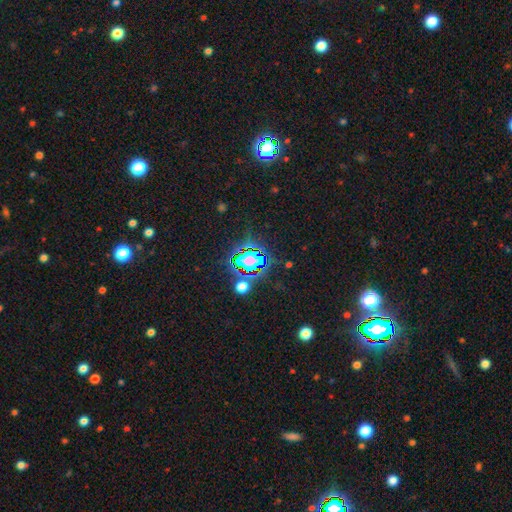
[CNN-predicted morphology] smooth_or_featured: star or artifact (p=0.63) [alt: smooth p=0.25]